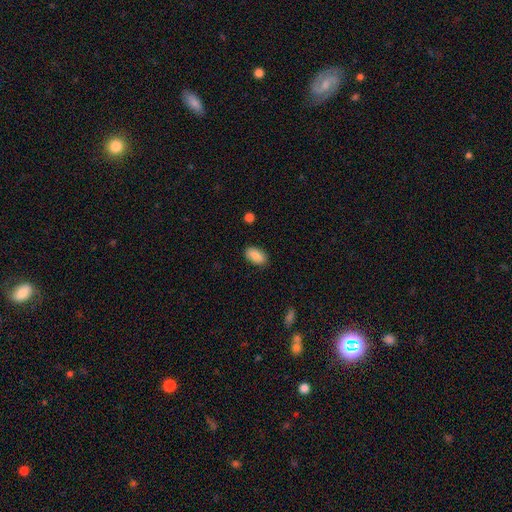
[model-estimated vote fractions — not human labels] Overall: smooth (86%). How rounded: in between (92%). Merging: none (86%).